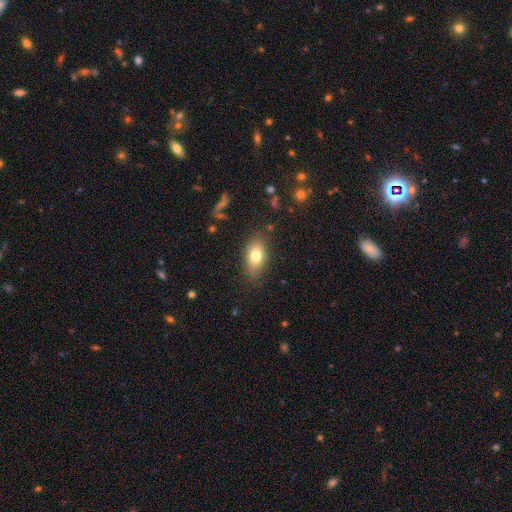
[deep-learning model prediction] smooth-or-featured: smooth: 75% | featured or disk: 17% | star or artifact: 9%
  how-rounded: in between: 85% | round: 8% | cigar-shaped: 7%
  merging: none: 81% | minor disturbance: 14% | major disturbance: 4% | merger: 2%